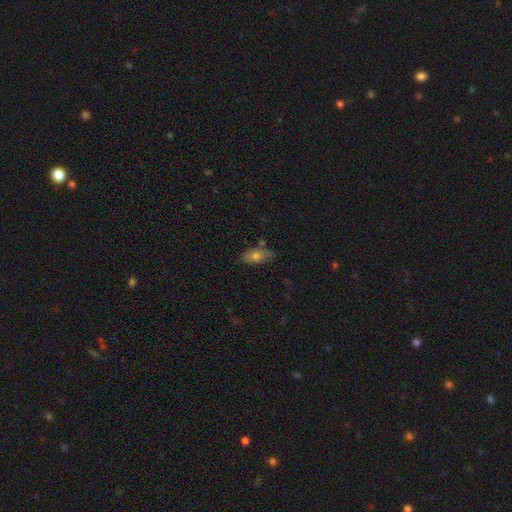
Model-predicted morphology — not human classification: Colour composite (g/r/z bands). It shows a smooth galaxy with no disk features (68%) that is in between round and cigar-shaped (81%). Merging: none (75%).